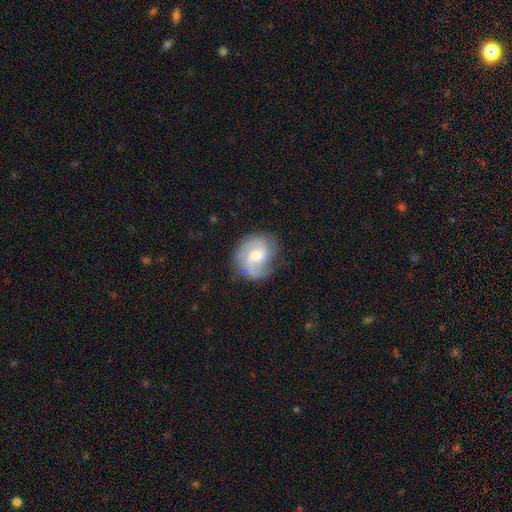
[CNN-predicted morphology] Overall: featured or disk (75%). Edge-on disk: no (98%). Bar: no (49%; weak 44%). Spiral arms: yes (93%). Spiral arm count: 2 (59%). Spiral winding: medium (46%; tight 33%). Bulge size: moderate (62%; small 28%). Merging: none (70%).